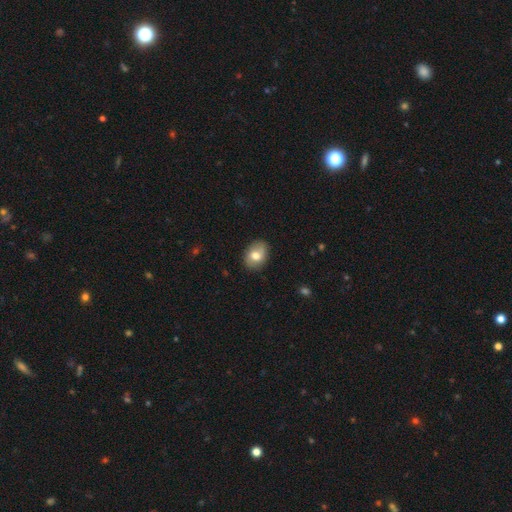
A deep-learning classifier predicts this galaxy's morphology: Overall: smooth (69%). How rounded: in between (64%; round 35%). Merging: none (82%).